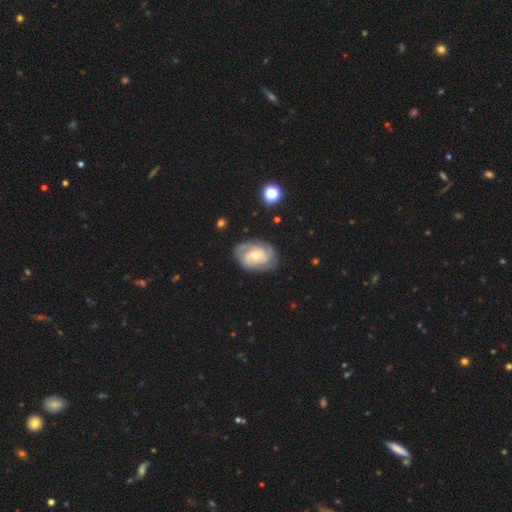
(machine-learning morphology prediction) The model was most divided on "spiral arm count": 2: 33%, 3: 30%, can't tell: 21%, 4: 8%, 1: 4%, more than 4: 4%. More confident: edge-on disk — no (97%); spiral arms — yes (96%); smooth or featured — featured or disk (85%); merging — none (73%); bar — no (63%); spiral winding — tight (58%); bulge size — small (53%).